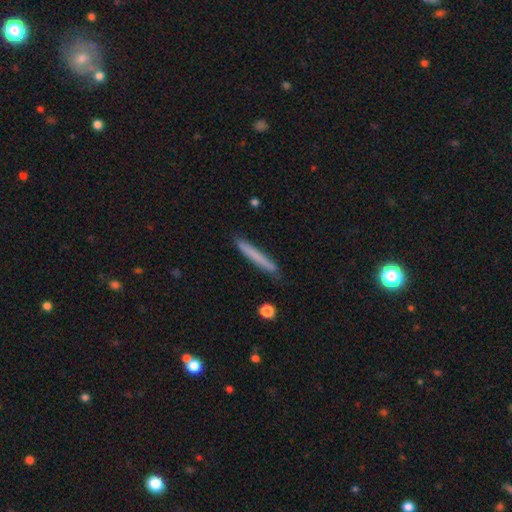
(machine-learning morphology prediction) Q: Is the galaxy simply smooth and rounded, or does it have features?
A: smooth — 70%.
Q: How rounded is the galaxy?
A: cigar-shaped — 96%.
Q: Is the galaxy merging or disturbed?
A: none — 86%.